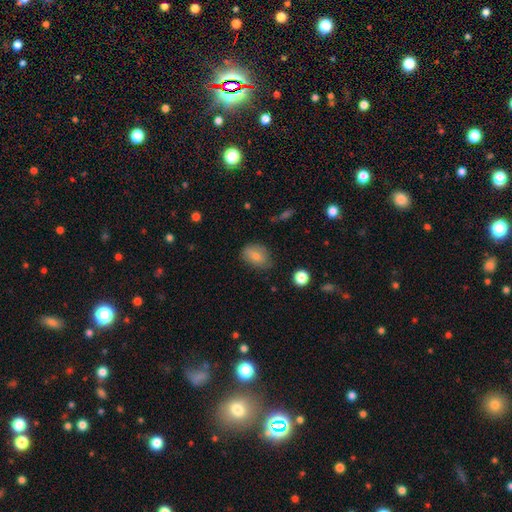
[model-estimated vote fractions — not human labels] smooth_or_featured: smooth (p=0.77) [alt: featured or disk p=0.15]
how_rounded: in between (p=0.74) [alt: round p=0.24]
merging: none (p=0.67) [alt: minor disturbance p=0.26]